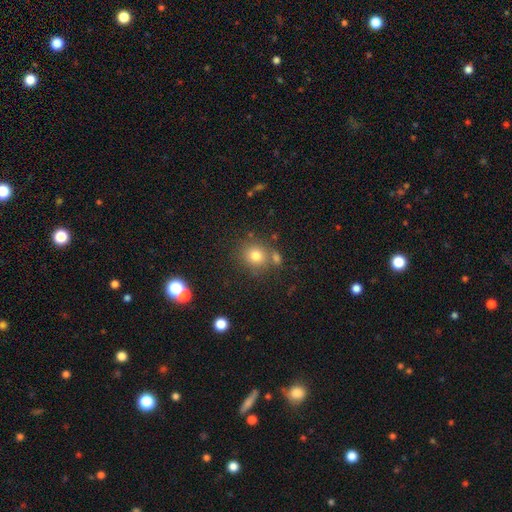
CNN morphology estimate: Smooth or featured?
  - smooth: 77% *
  - star or artifact: 13%
  - featured or disk: 10%
How rounded?
  - round: 82% *
  - in between: 17%
  - cigar-shaped: 1%
Merging?
  - none: 70% *
  - merger: 15%
  - minor disturbance: 11%
  - major disturbance: 4%